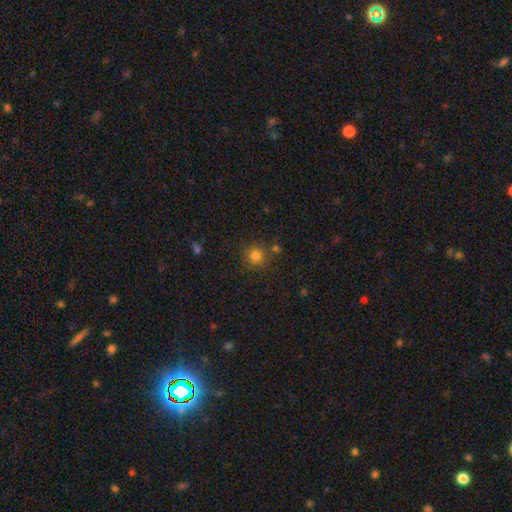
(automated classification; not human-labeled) Smooth or featured: smooth — 79% (star or artifact — 15%)
How rounded: round — 92% (in between — 7%)
Merging: none — 81% (minor disturbance — 9%)